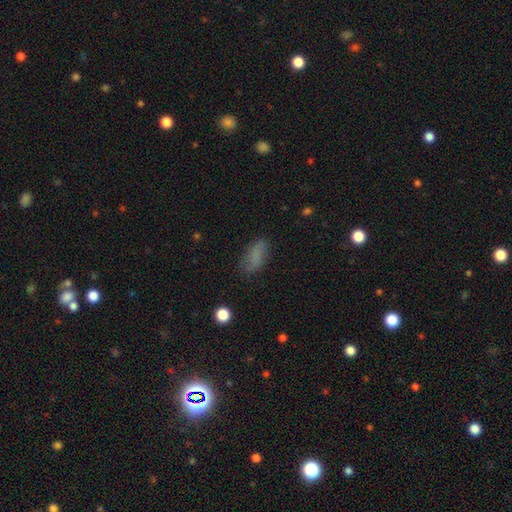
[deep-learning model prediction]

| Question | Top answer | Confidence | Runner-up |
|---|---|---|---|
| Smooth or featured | smooth | 76% | featured or disk (12%) |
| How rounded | in between | 85% | cigar-shaped (11%) |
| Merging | none | 73% | minor disturbance (19%) |